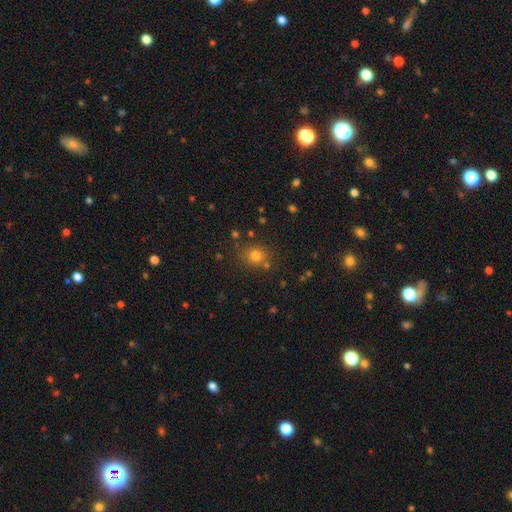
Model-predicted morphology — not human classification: A smooth galaxy with no disk features (75%) that is round (82%). Merging: none (78%).